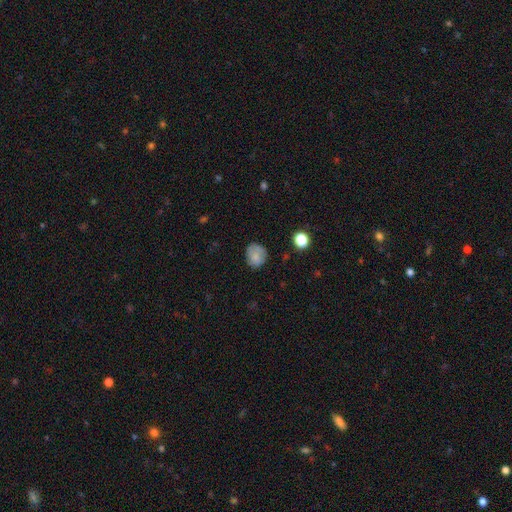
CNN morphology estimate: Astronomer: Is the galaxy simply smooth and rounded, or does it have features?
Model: smooth — 77%.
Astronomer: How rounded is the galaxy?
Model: round — 72%.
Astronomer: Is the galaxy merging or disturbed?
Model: none — 70%.